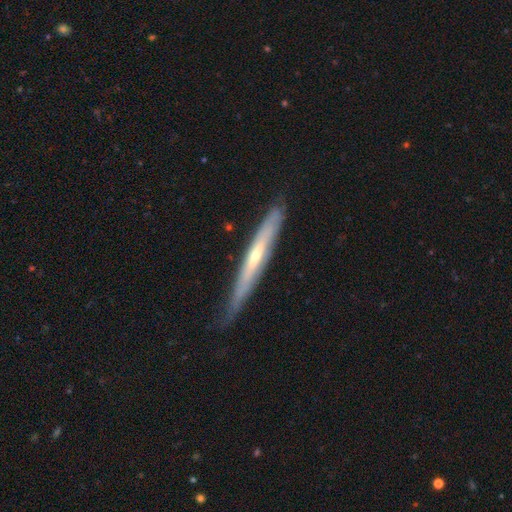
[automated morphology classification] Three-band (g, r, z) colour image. It shows a featured or disk galaxy (68%) viewed edge-on (87%) with a rounded central bulge (56%). Merging: none (70%).